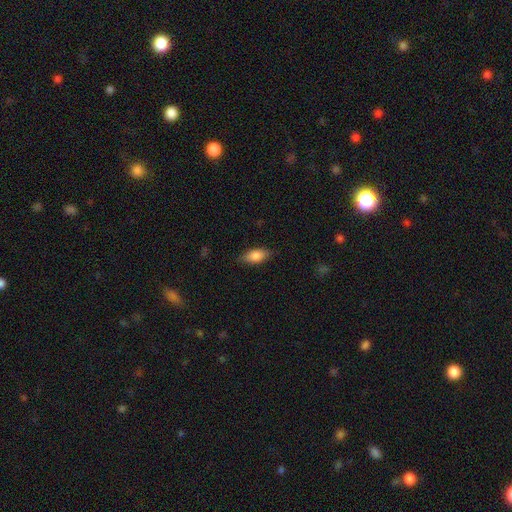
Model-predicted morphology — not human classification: smooth_or_featured: smooth (p=0.82) [alt: featured or disk p=0.11]
how_rounded: in between (p=0.85) [alt: cigar-shaped p=0.11]
merging: none (p=0.83) [alt: minor disturbance p=0.14]